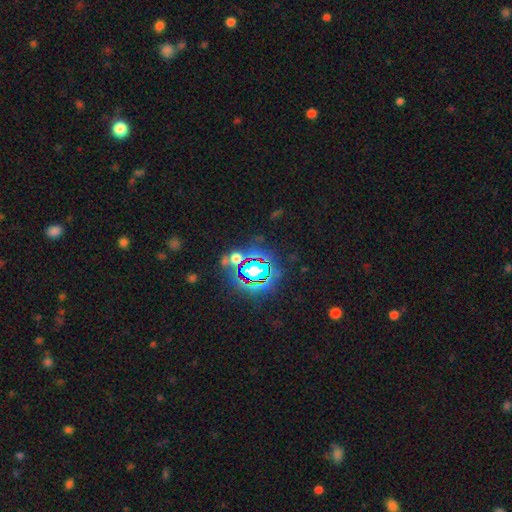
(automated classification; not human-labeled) smooth_or_featured: star or artifact (p=0.81) [alt: smooth p=0.12]